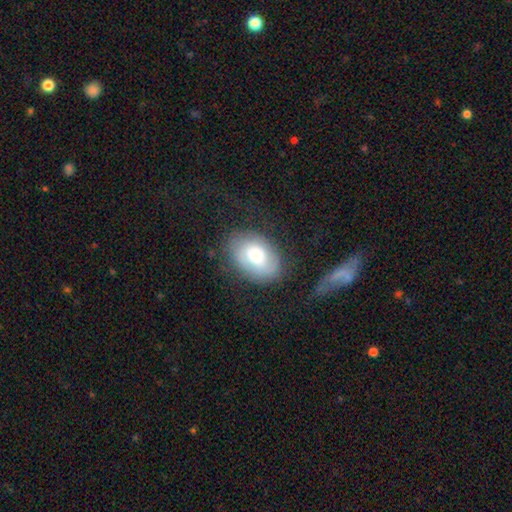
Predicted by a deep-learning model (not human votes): This appears to be a smooth galaxy with no disk features (58%) that is in between round and cigar-shaped (81%). Merging: none (70%).